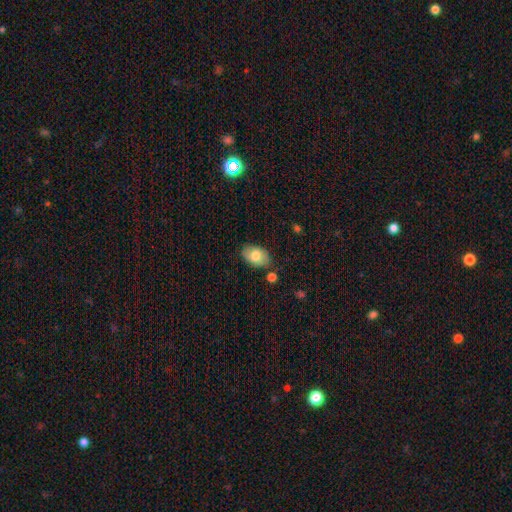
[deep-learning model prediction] smooth 77%, featured or disk 16%, star or artifact 7%. Down the decision tree: how rounded — in between (89%); merging — none (78%).